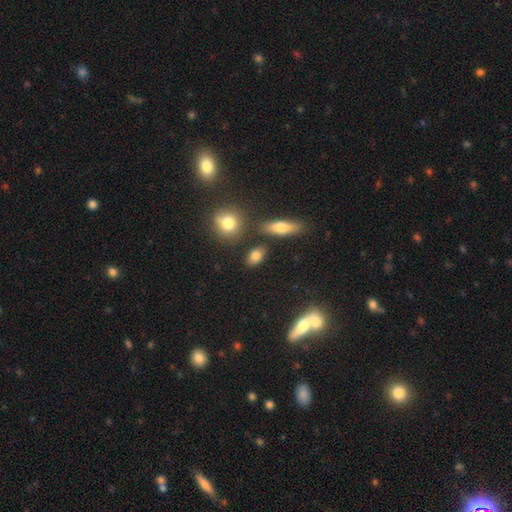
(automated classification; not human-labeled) The model was most divided on "how rounded": in between: 73%, round: 22%, cigar-shaped: 5%. More confident: merging — none (80%); smooth or featured — smooth (80%).